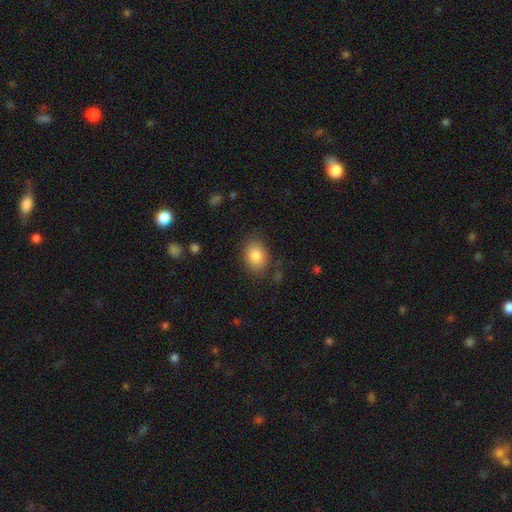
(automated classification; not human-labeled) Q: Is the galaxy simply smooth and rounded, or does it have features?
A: smooth — 84%.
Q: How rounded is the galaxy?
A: in between — 68%.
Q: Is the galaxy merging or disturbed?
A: none — 80%.